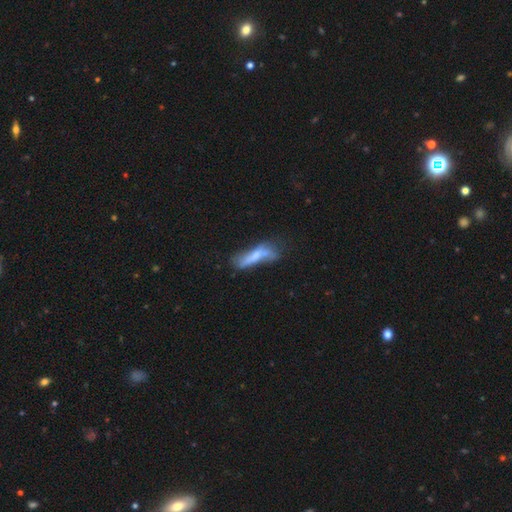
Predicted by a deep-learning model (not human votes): smooth-or-featured: smooth: 51% | featured or disk: 40% | star or artifact: 9%
  how-rounded: cigar-shaped: 64% | in between: 33% | round: 2%
  merging: none: 33% | minor disturbance: 24% | major disturbance: 23% | merger: 19%